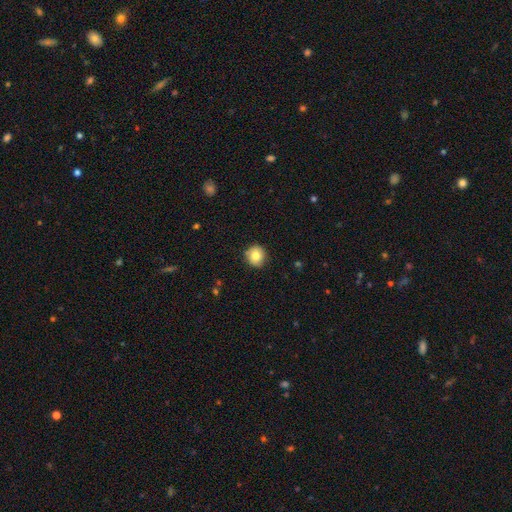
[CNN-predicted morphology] This appears to be a smooth galaxy with no disk features (80%) that is round (92%). Merging: none (88%).